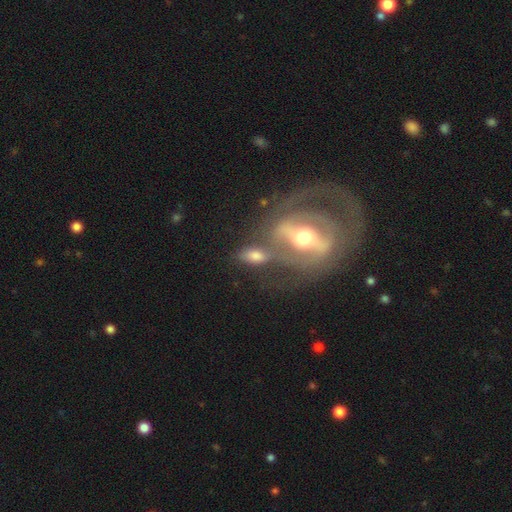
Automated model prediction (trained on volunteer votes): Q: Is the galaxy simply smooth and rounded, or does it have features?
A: featured or disk — 56%.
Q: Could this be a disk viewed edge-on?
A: no — 73%.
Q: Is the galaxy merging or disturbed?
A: none — 48%.